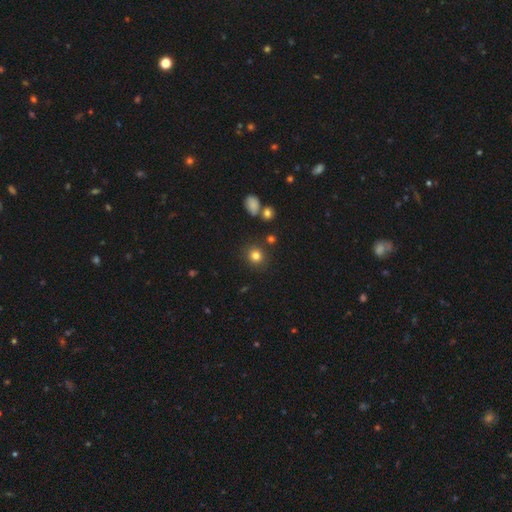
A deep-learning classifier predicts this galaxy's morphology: Smooth or featured: smooth — 80% (star or artifact — 13%)
How rounded: round — 86% (in between — 13%)
Merging: none — 86% (minor disturbance — 8%)